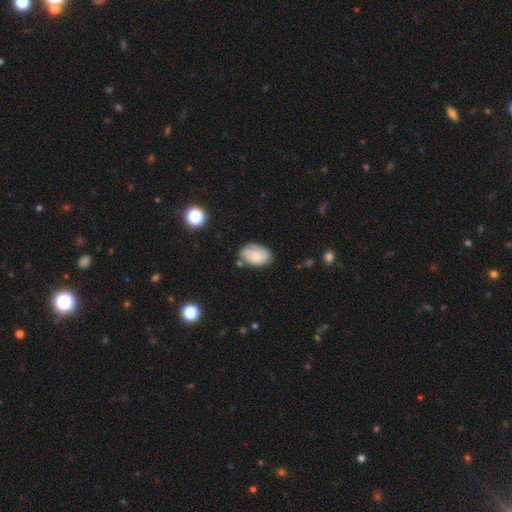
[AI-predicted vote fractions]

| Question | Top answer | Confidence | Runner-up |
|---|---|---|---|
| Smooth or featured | smooth | 62% | featured or disk (30%) |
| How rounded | in between | 87% | round (12%) |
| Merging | none | 63% | minor disturbance (26%) |